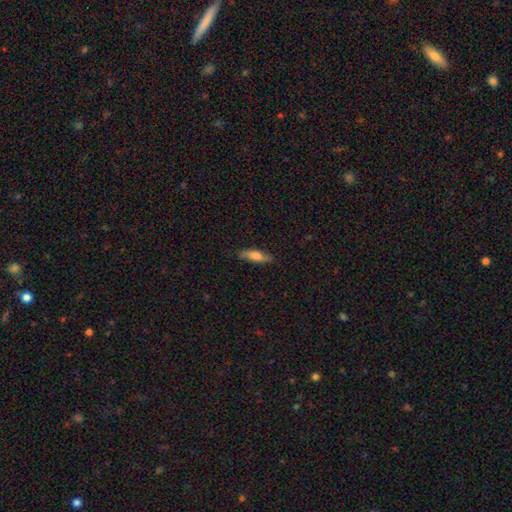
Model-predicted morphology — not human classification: smooth-or-featured: smooth: 71% | featured or disk: 23% | star or artifact: 6%
  how-rounded: cigar-shaped: 54% | in between: 44% | round: 2%
  merging: none: 81% | minor disturbance: 15% | major disturbance: 3% | merger: 1%